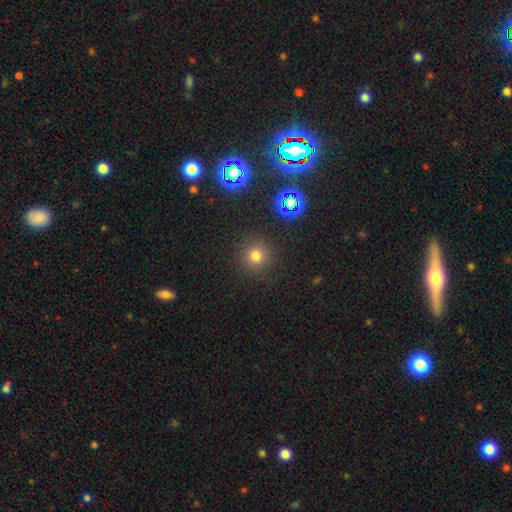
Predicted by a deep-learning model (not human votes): Smooth or featured? smooth (72%)
How rounded? round (94%)
Merging? none (88%)